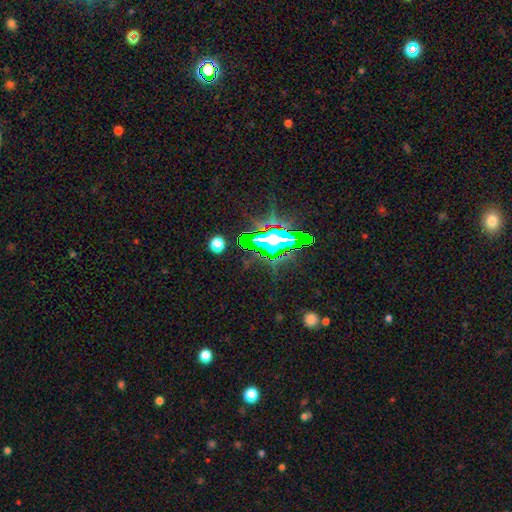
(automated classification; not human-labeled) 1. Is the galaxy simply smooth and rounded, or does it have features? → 73% star or artifact, 13% smooth, 13% featured or disk.